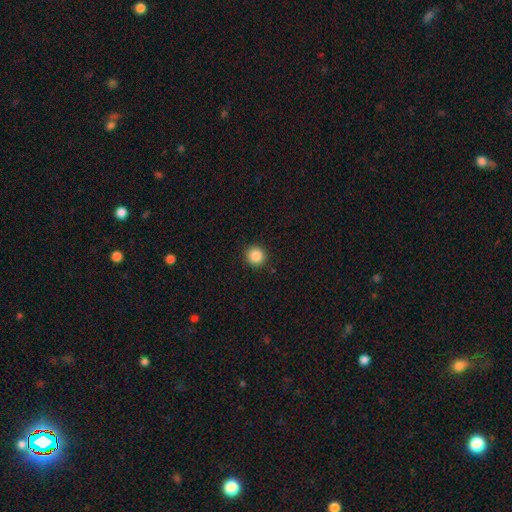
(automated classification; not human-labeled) Smooth or featured? Predicted: smooth (p=0.86). How rounded? Predicted: round (p=0.93). Merging? Predicted: none (p=0.91).